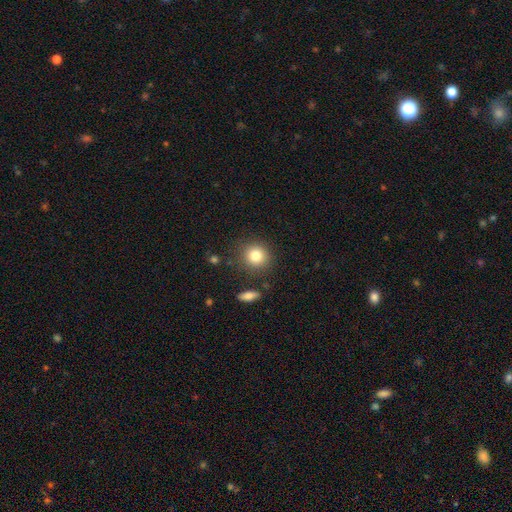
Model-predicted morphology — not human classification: type=smooth (82%); roundness=round (88%); merging=none (85%).